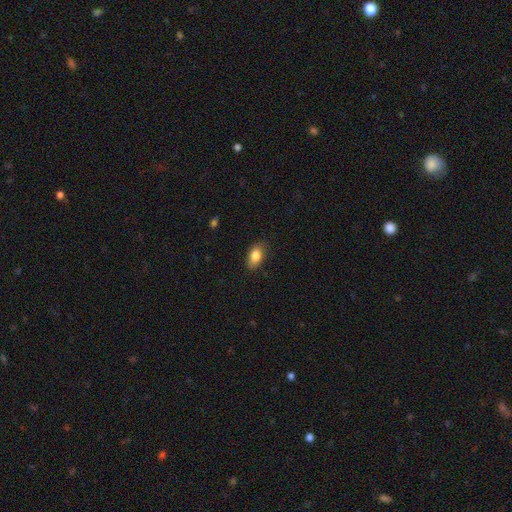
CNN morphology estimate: This appears to be a smooth galaxy with no disk features (84%) that is in between round and cigar-shaped (89%). Merging: none (84%).